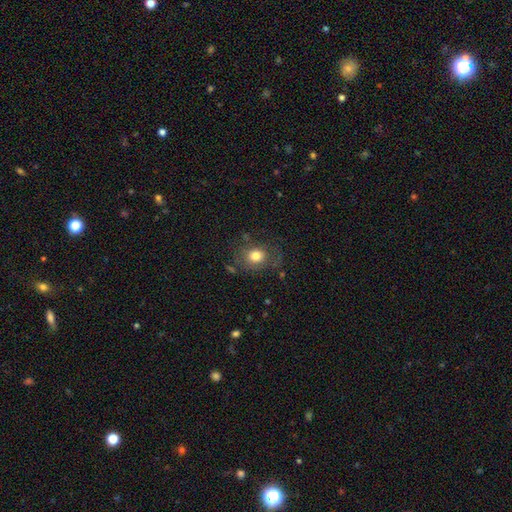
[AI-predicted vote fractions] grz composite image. It shows a smooth galaxy with no disk features (77%) that is round (67%). Merging: none (69%).